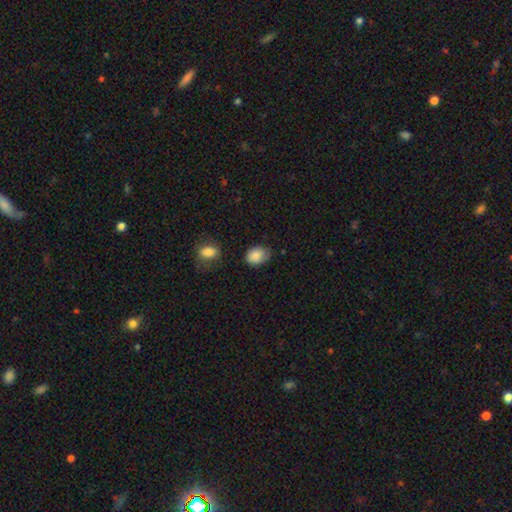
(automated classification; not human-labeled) This is clearly a smooth galaxy (86%). How rounded: likely in between (65%). Merging: likely none (63%).